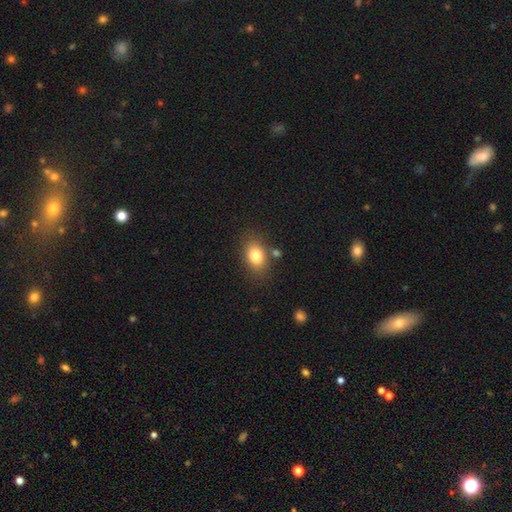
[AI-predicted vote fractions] smooth_or_featured: smooth (p=0.81) [alt: featured or disk p=0.10]
how_rounded: in between (p=0.78) [alt: round p=0.21]
merging: none (p=0.76) [alt: minor disturbance p=0.13]